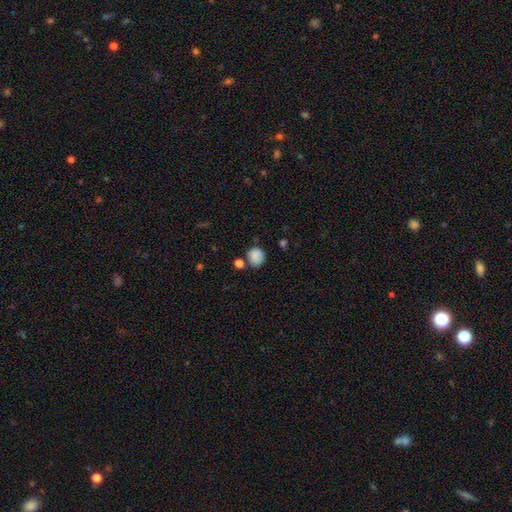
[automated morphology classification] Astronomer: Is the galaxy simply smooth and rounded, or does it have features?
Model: smooth — 82%.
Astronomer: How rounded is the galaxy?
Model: round — 80%.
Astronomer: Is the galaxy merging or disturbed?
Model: none — 65%.